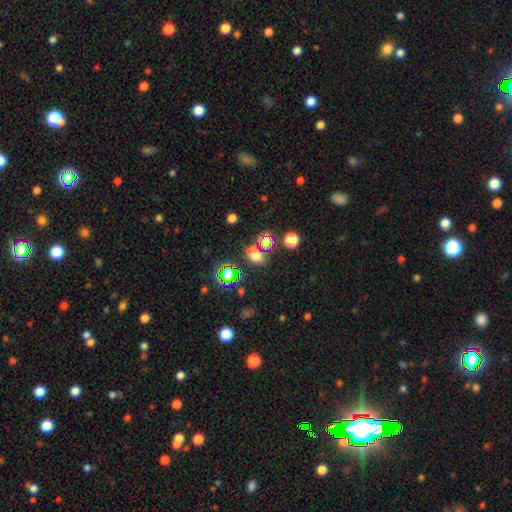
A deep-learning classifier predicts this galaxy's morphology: This appears to be a smooth galaxy with no disk features (46%). Merging: none (63%).